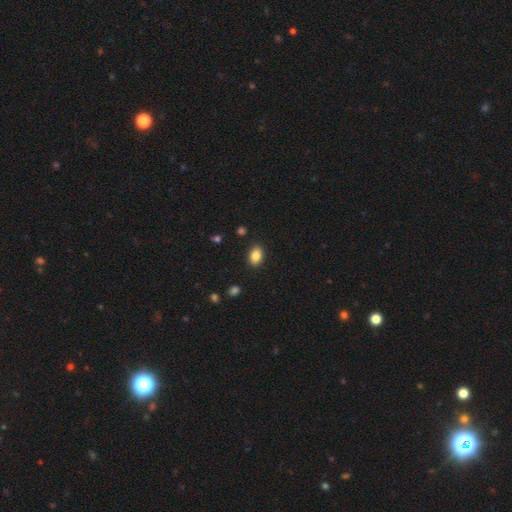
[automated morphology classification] A smooth galaxy with no disk features (86%) that is in between round and cigar-shaped (79%). Merging: none (88%).